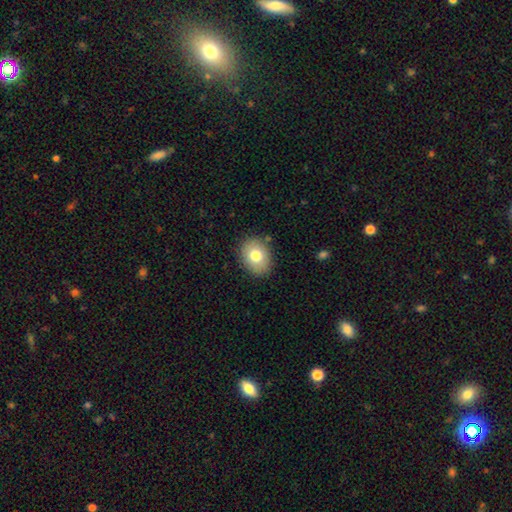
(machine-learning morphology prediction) Smooth or featured? smooth (77%)
How rounded? in between (56%)
Merging? none (86%)